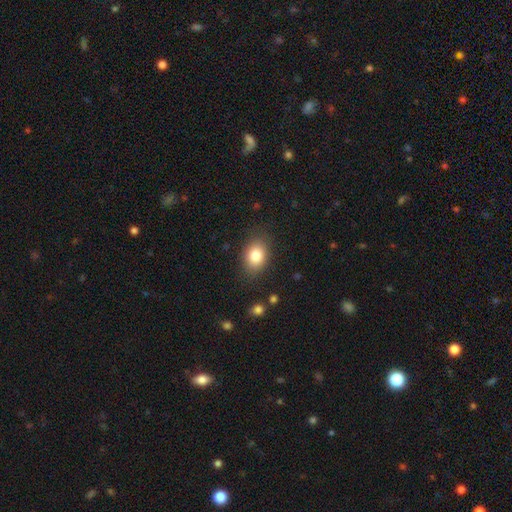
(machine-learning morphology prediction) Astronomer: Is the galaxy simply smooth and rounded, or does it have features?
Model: smooth — 83%.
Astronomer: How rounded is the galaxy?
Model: in between — 71%.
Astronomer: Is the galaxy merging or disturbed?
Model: none — 83%.